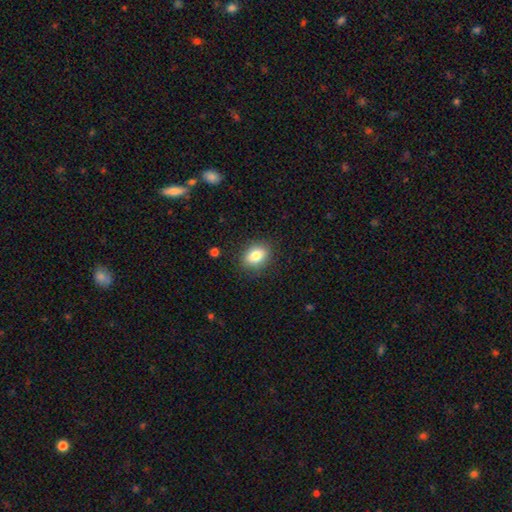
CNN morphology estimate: This is clearly a smooth galaxy (83%). How rounded: likely in between (73%). Merging: clearly none (87%).